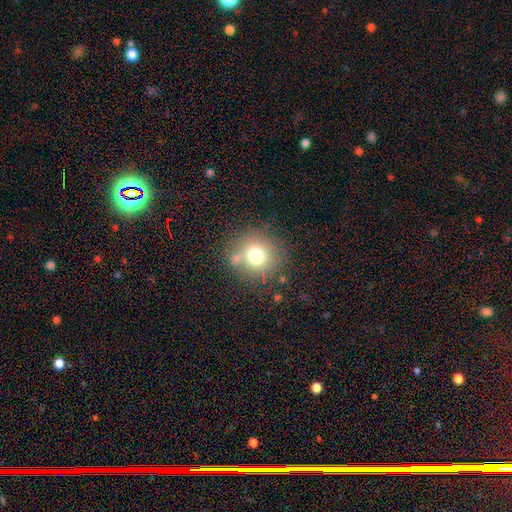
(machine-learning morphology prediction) smooth 73%, star or artifact 14%, featured or disk 13%. Down the decision tree: how rounded — round (88%); merging — none (70%).